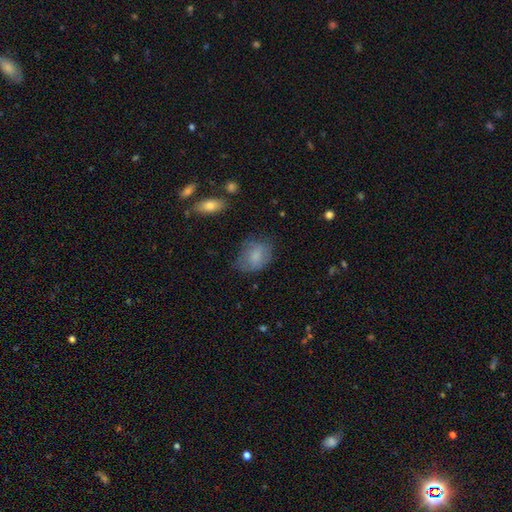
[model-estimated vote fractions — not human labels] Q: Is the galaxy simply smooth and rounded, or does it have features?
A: smooth — 73%.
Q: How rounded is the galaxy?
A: in between — 69%.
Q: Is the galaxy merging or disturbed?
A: none — 56%.